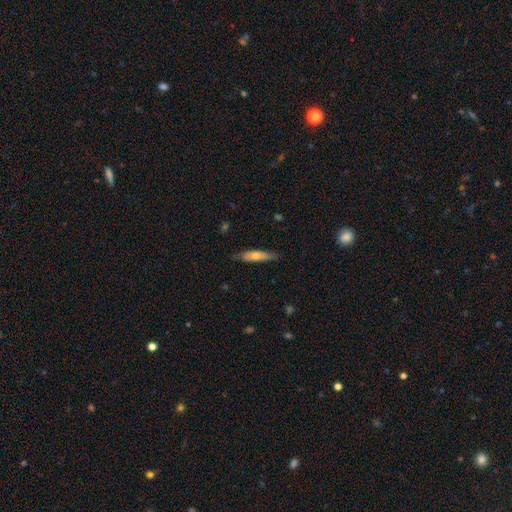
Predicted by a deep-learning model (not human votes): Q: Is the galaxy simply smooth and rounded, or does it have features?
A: smooth — 60%.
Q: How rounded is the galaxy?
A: cigar-shaped — 71%.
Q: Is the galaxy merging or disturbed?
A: none — 77%.